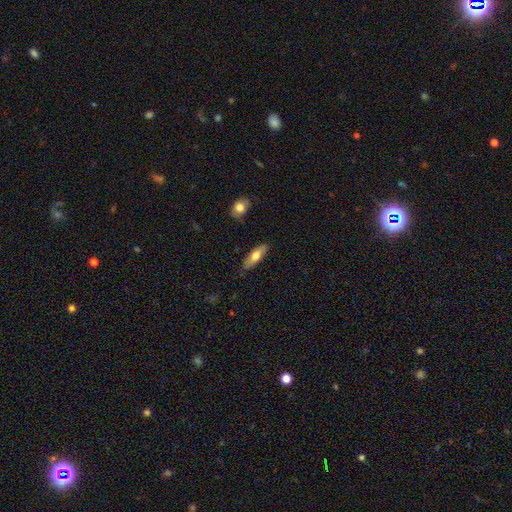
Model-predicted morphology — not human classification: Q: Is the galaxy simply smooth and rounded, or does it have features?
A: smooth — 64%.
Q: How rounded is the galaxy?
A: in between — 55%.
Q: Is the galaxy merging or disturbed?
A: none — 83%.